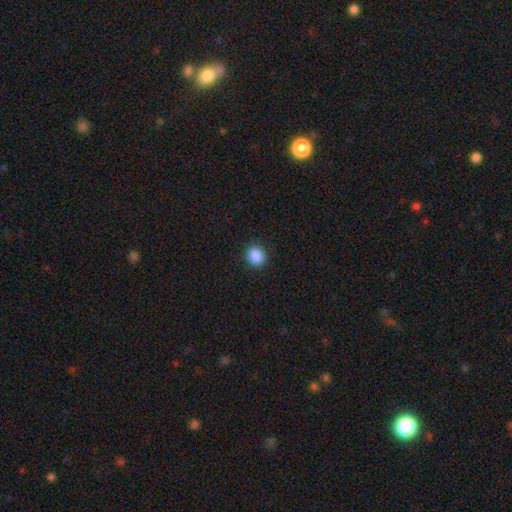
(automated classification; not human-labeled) Overall: smooth (88%). How rounded: round (81%). Merging: none (90%).